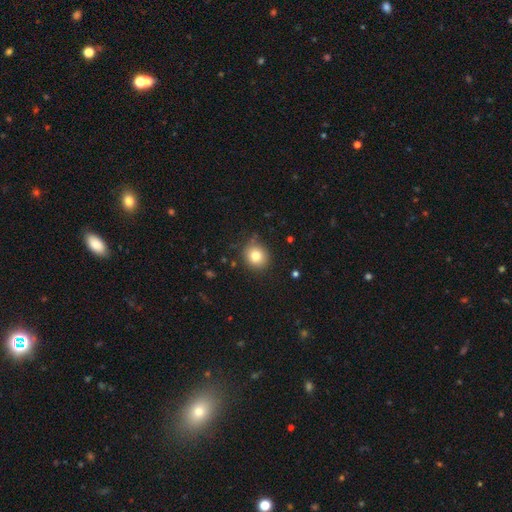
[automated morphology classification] This is likely a smooth galaxy (80%). How rounded: likely round (79%). Merging: clearly none (83%).